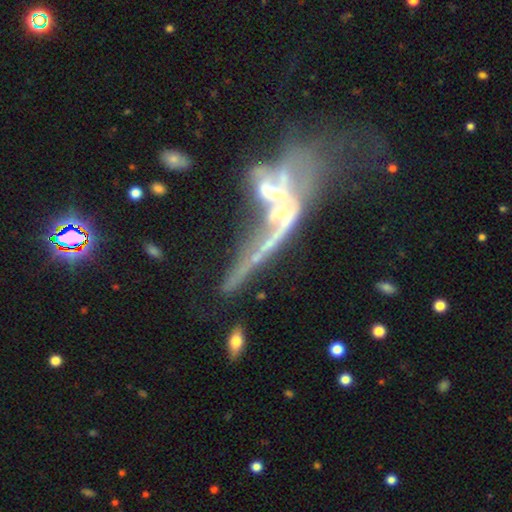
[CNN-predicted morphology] This is likely a featured or disk galaxy (70%). It is likely not viewed edge-on (64%). Merging: possibly merger (57%).